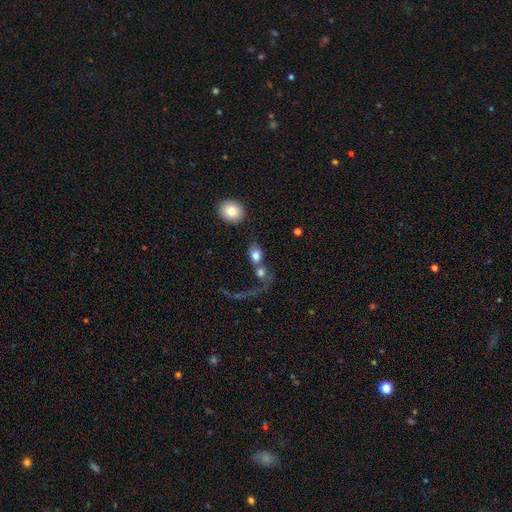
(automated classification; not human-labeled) This is likely a smooth galaxy (78%). How rounded: likely in between (62%). Merging: possibly merger (46%).